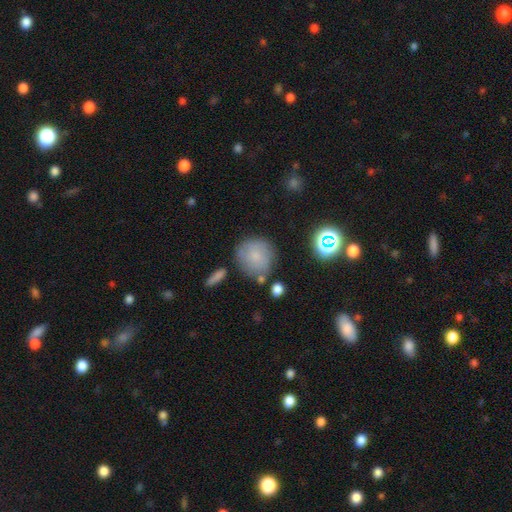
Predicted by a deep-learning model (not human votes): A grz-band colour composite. It shows a smooth galaxy with no disk features (73%) that is round (90%). Merging: none (69%).